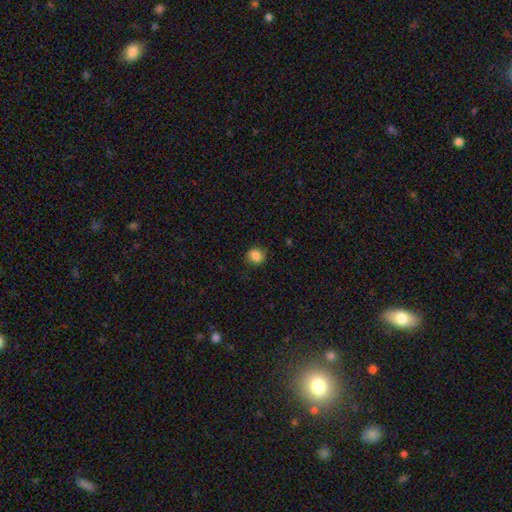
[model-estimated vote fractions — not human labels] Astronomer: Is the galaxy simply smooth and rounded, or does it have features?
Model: smooth — 84%.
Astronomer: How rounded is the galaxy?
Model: round — 73%.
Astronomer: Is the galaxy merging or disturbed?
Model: none — 82%.